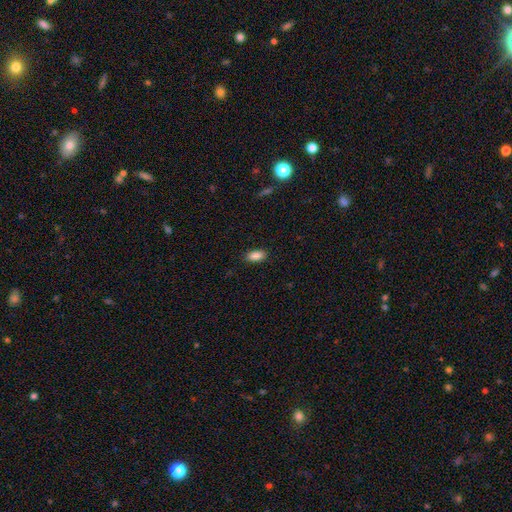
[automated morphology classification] Smooth or featured? Predicted: smooth (p=0.87). How rounded? Predicted: in between (p=0.91). Merging? Predicted: none (p=0.89).